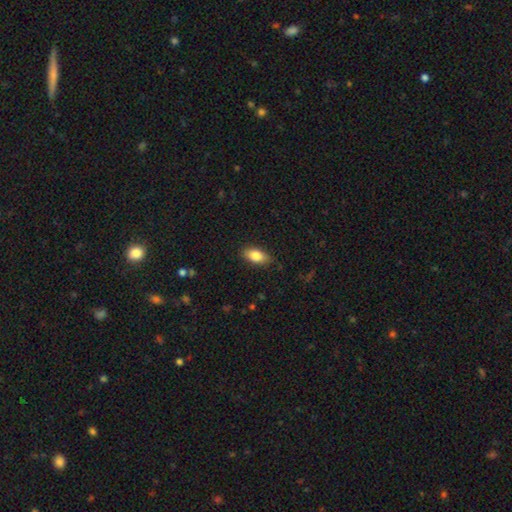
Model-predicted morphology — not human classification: Smooth or featured?
  - smooth: 83% *
  - featured or disk: 9%
  - star or artifact: 7%
How rounded?
  - in between: 89% *
  - cigar-shaped: 7%
  - round: 4%
Merging?
  - none: 85% *
  - minor disturbance: 12%
  - major disturbance: 2%
  - merger: 1%